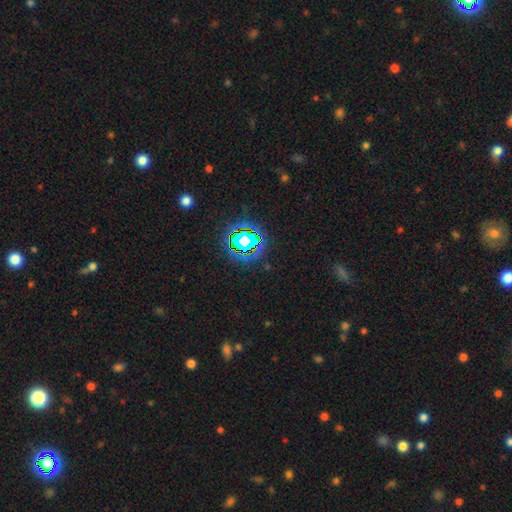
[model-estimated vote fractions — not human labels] Smooth or featured? Predicted: star or artifact (p=0.78).